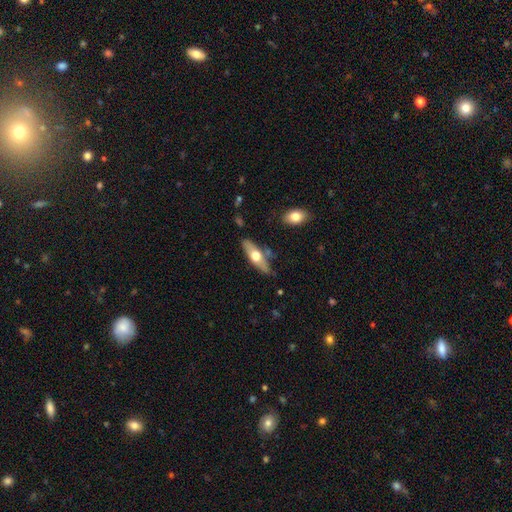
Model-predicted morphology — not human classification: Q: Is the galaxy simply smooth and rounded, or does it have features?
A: smooth — 50%.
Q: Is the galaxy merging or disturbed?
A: none — 76%.